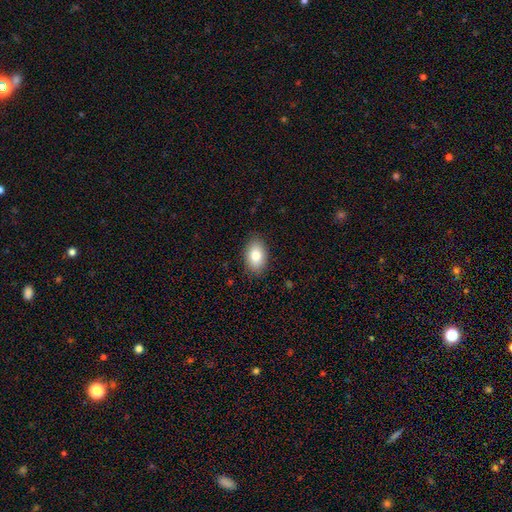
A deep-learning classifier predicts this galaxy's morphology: smooth 82%, featured or disk 10%, star or artifact 7%. Down the decision tree: how rounded — in between (90%); merging — none (87%).